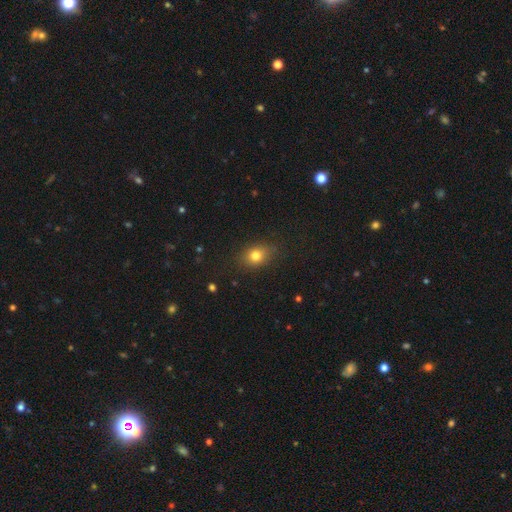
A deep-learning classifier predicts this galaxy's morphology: A smooth galaxy with no disk features (78%) that is in between round and cigar-shaped (56%). Merging: none (82%).